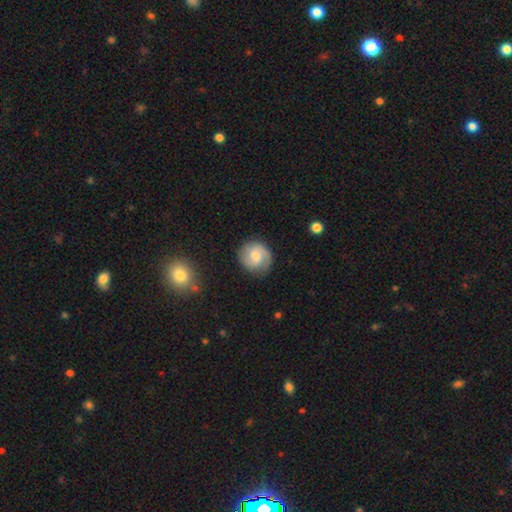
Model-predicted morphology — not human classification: Smooth or featured?
  - featured or disk: 58% *
  - smooth: 35%
  - star or artifact: 7%
Edge-on disk?
  - no: 98% *
  - yes: 2%
Bar?
  - no: 49% *
  - weak: 45%
  - strong: 7%
Spiral arms?
  - yes: 92% *
  - no: 8%
Spiral winding?
  - medium: 45% *
  - tight: 37%
  - loose: 18%
Spiral arm count?
  - 2: 74% *
  - can't tell: 11%
  - 1: 10%
  - 3: 3%
  - 4: 1%
  - more than 4: 1%
Bulge size?
  - moderate: 49% *
  - small: 38%
  - none: 6%
  - large: 6%
  - dominant: 1%
Merging?
  - none: 79% *
  - minor disturbance: 15%
  - major disturbance: 5%
  - merger: 2%